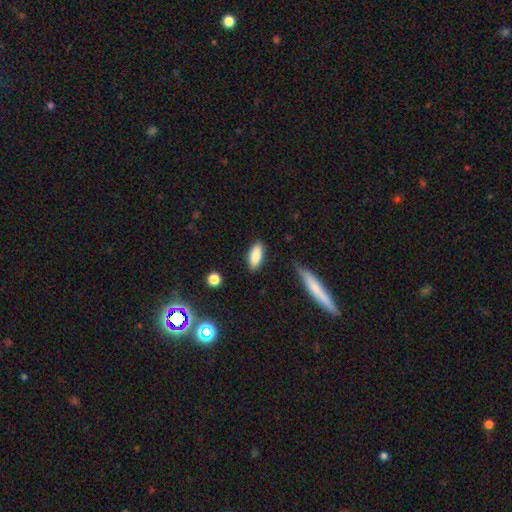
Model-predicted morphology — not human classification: The model was most divided on "how rounded": in between: 76%, cigar-shaped: 22%, round: 2%. More confident: smooth or featured — smooth (85%); merging — none (82%).